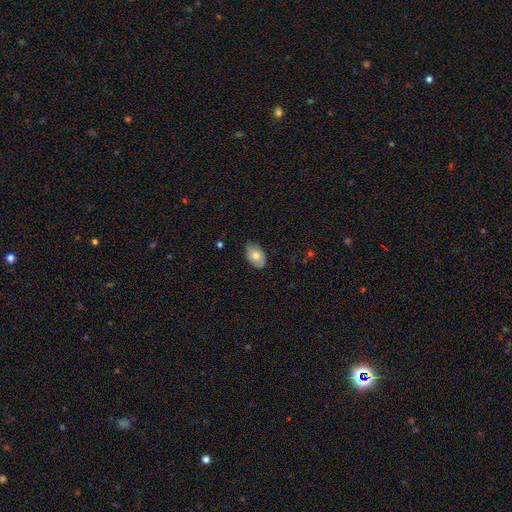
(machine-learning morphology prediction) Q: Smooth or featured?
A: smooth (77%); runner-up: featured or disk (16%)
Q: How rounded?
A: in between (89%); runner-up: round (10%)
Q: Merging?
A: none (81%); runner-up: minor disturbance (16%)